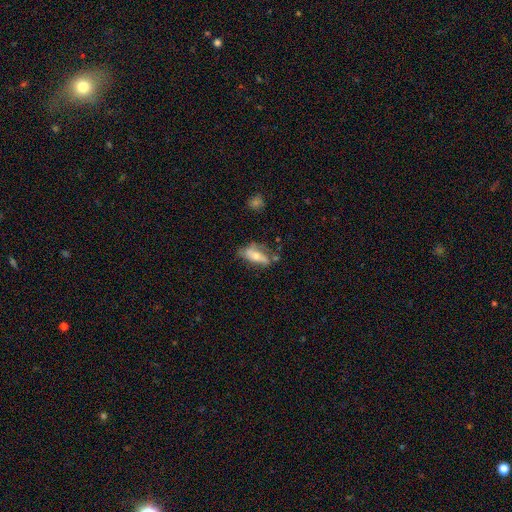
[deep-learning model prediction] This appears to be a featured or disk galaxy (49%). Merging: none (48%).